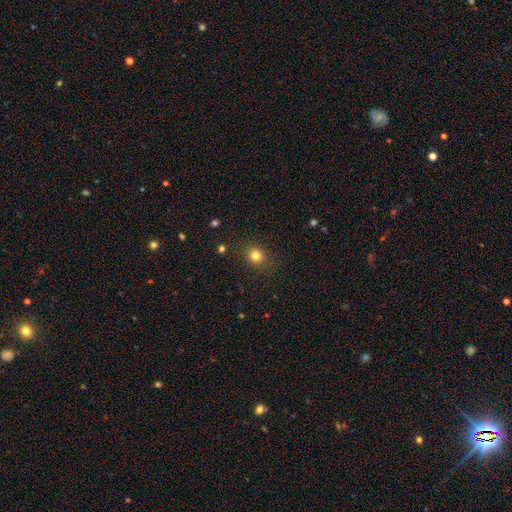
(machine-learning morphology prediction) Overall: smooth (79%). How rounded: round (72%). Merging: none (86%).